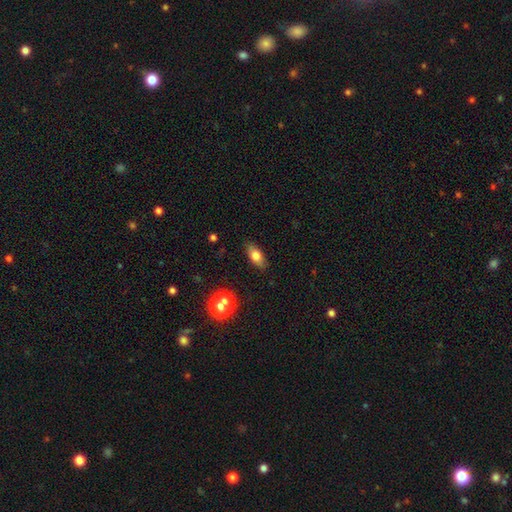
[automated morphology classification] This is likely a smooth galaxy (72%). How rounded: likely in between (79%). Merging: clearly none (84%).